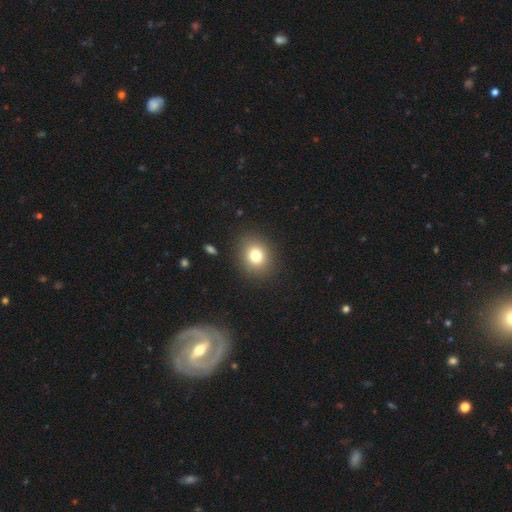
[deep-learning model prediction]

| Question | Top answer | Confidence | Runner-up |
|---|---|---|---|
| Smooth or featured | smooth | 78% | star or artifact (12%) |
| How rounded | round | 66% | in between (33%) |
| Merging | none | 88% | minor disturbance (7%) |